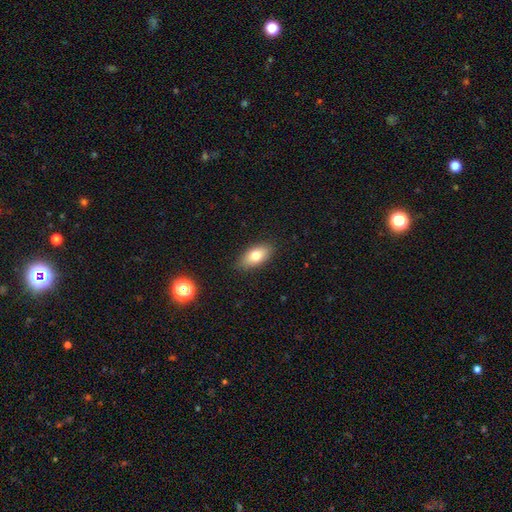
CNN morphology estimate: type=smooth (76%); roundness=in between (87%); merging=none (87%).